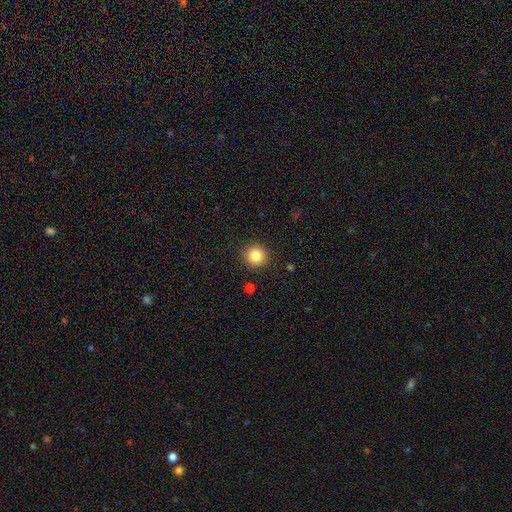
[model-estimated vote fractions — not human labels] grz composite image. It shows a smooth galaxy with no disk features (84%) that is round (94%). Merging: none (91%).